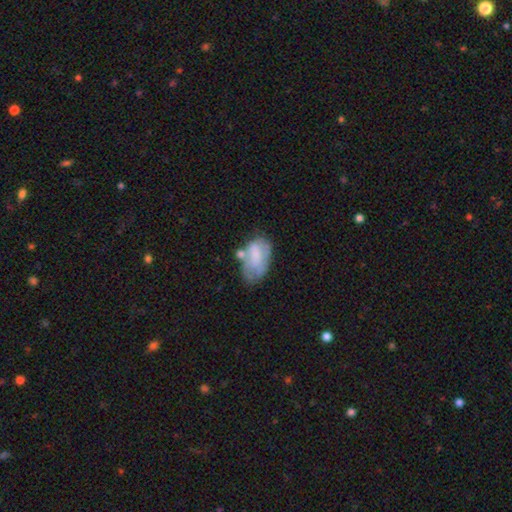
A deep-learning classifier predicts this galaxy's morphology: A smooth galaxy with no disk features (55%) that is in between round and cigar-shaped (91%). Merging: none (34%).